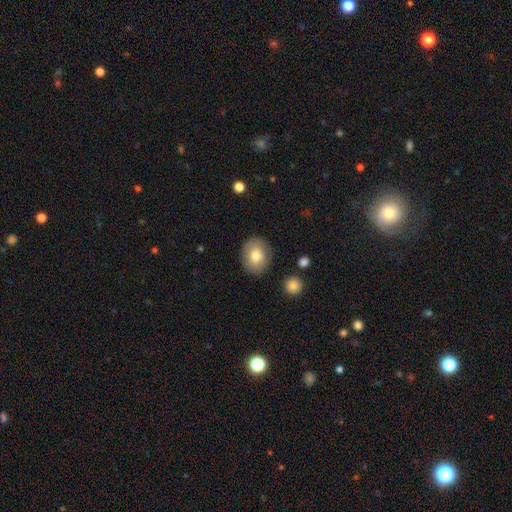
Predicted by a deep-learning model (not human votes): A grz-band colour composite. It shows a smooth galaxy with no disk features (77%) that is round (53%). Merging: none (83%).